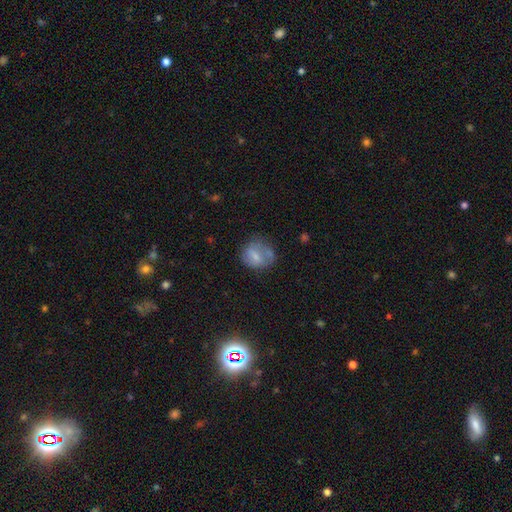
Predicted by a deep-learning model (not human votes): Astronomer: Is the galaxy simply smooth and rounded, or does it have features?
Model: smooth — 63%.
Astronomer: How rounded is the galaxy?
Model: round — 64%.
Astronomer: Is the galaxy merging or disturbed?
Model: none — 46% (runner-up: minor disturbance, 26%).